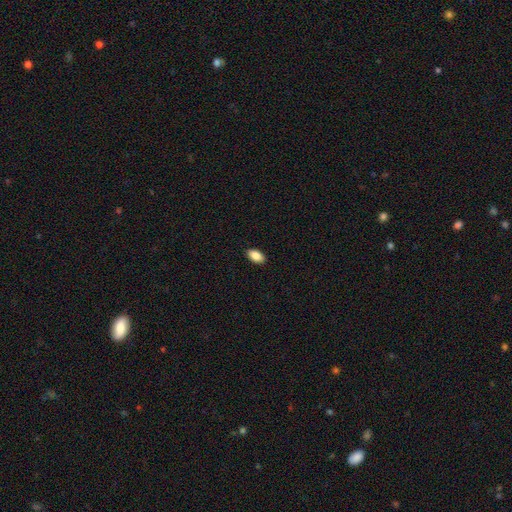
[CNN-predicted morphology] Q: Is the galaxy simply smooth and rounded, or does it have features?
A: smooth — 88%.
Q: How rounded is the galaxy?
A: in between — 93%.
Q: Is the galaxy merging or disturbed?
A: none — 90%.